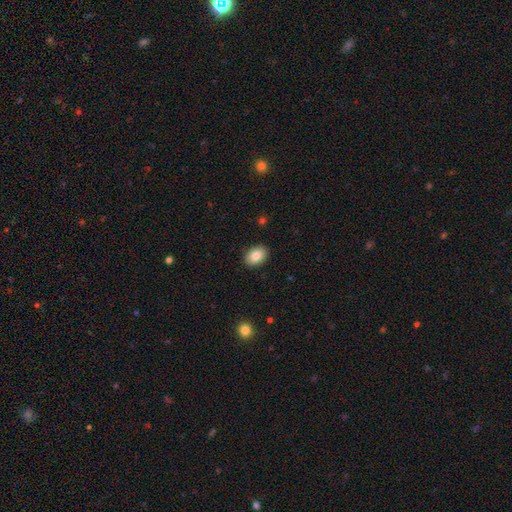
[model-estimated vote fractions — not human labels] Smooth or featured?
  - smooth: 84% *
  - featured or disk: 8%
  - star or artifact: 8%
How rounded?
  - in between: 80% *
  - round: 19%
  - cigar-shaped: 1%
Merging?
  - none: 90% *
  - minor disturbance: 7%
  - major disturbance: 2%
  - merger: 1%